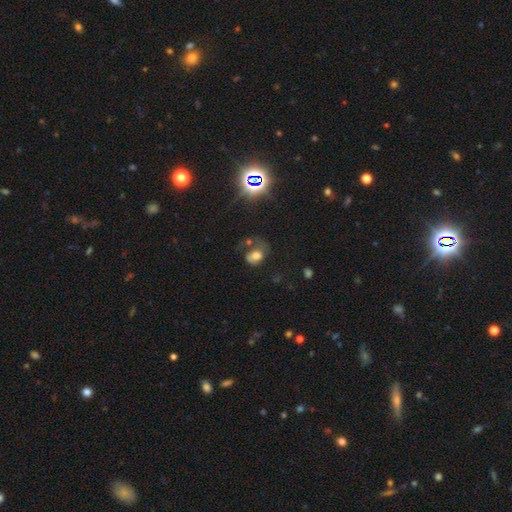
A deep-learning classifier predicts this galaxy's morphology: Q: Smooth or featured?
A: smooth (57%); runner-up: featured or disk (25%)
Q: How rounded?
A: in between (63%); runner-up: round (36%)
Q: Merging?
A: major disturbance (34%); runner-up: none (31%)